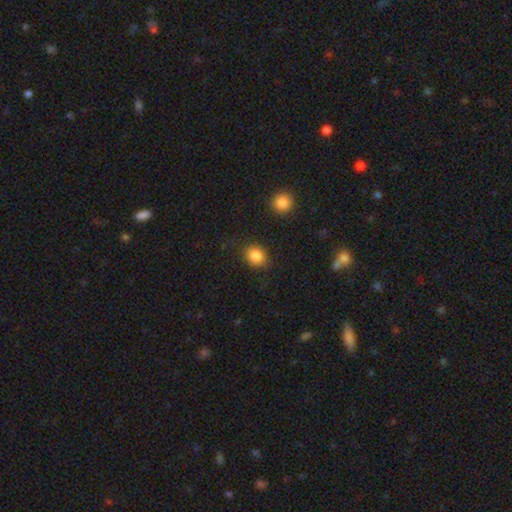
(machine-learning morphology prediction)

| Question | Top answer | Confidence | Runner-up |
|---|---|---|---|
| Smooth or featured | smooth | 85% | star or artifact (10%) |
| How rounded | round | 66% | in between (33%) |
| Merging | none | 84% | minor disturbance (11%) |